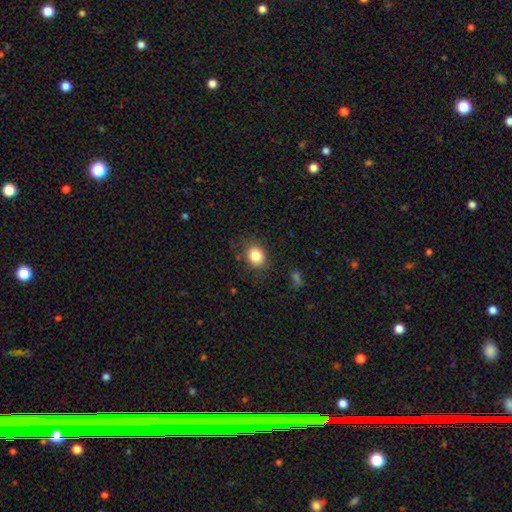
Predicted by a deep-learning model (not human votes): Smooth or featured? Predicted: smooth (p=0.83). How rounded? Predicted: round (p=0.62). Merging? Predicted: none (p=0.82).